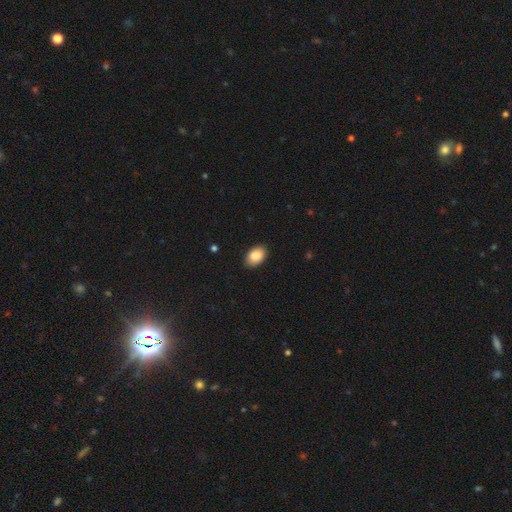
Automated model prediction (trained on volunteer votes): smooth_or_featured: smooth (p=0.88) [alt: star or artifact p=0.07]
how_rounded: in between (p=0.90) [alt: round p=0.09]
merging: none (p=0.89) [alt: minor disturbance p=0.09]